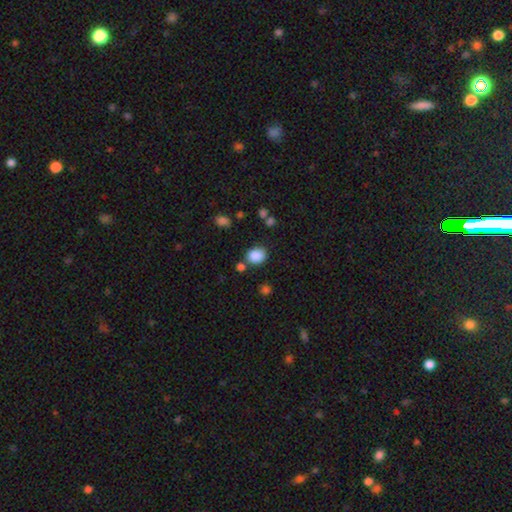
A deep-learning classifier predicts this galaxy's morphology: Smooth or featured?
  - smooth: 86% *
  - star or artifact: 9%
  - featured or disk: 4%
How rounded?
  - round: 51% *
  - in between: 48%
  - cigar-shaped: 1%
Merging?
  - none: 73% *
  - minor disturbance: 13%
  - merger: 10%
  - major disturbance: 4%